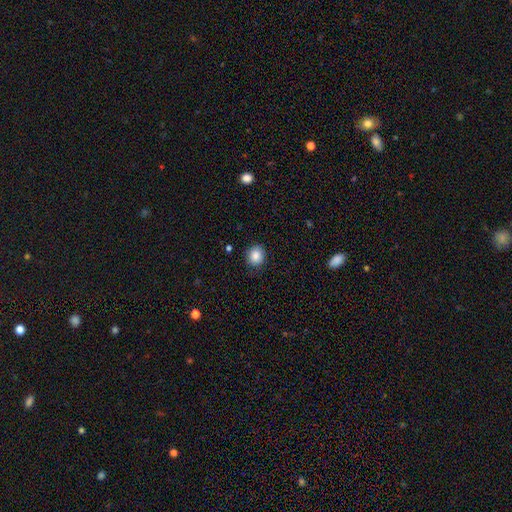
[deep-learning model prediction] smooth 86%, star or artifact 9%, featured or disk 5%. Down the decision tree: how rounded — round (78%); merging — none (86%).